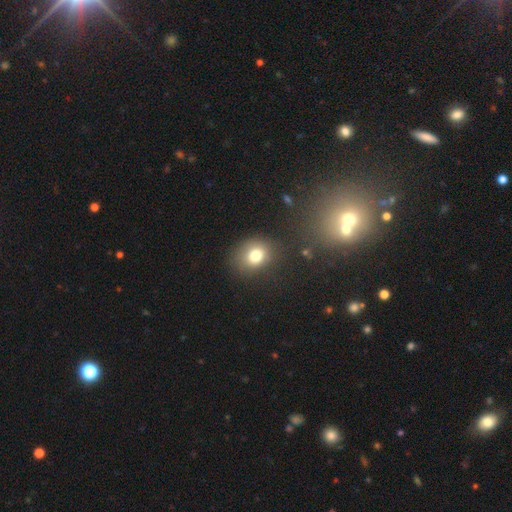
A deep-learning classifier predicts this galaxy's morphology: The model was most divided on "how rounded": round: 54%, in between: 45%, cigar-shaped: 1%. More confident: merging — none (78%); smooth or featured — smooth (77%).